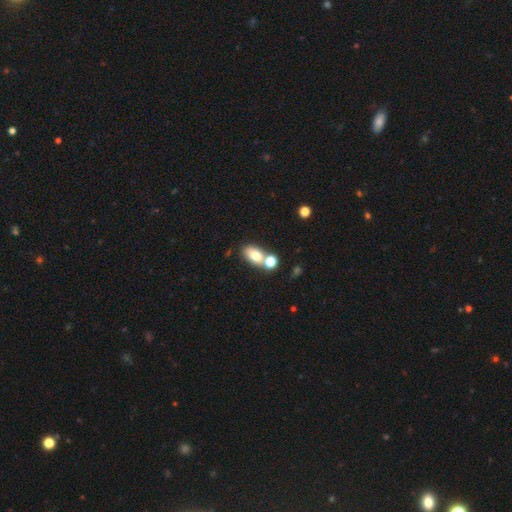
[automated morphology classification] Smooth or featured? smooth (76%)
How rounded? in between (84%)
Merging? none (49%)